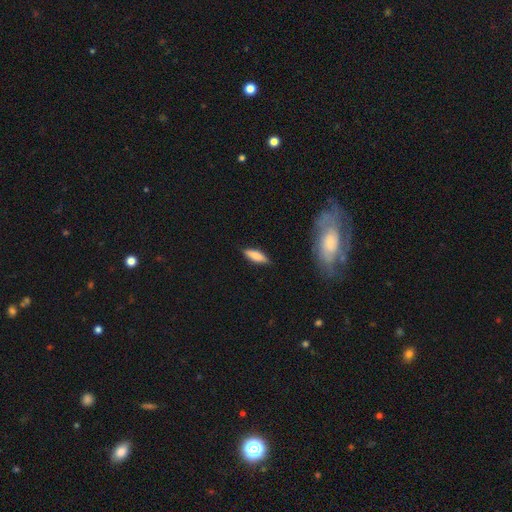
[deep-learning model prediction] smooth-or-featured: smooth: 77% | featured or disk: 17% | star or artifact: 7%
  how-rounded: cigar-shaped: 50% | in between: 48% | round: 2%
  merging: none: 83% | minor disturbance: 13% | major disturbance: 2% | merger: 2%